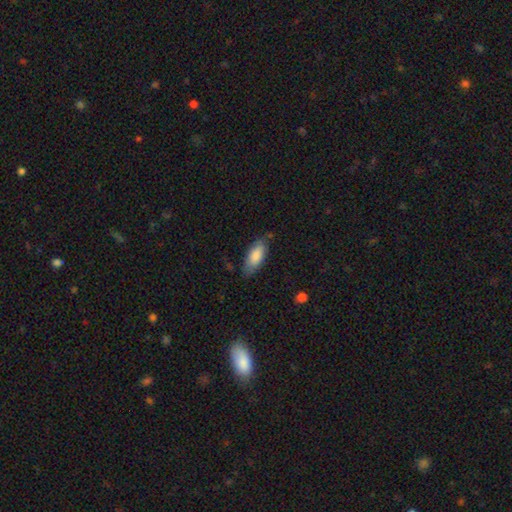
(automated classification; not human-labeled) Smooth or featured? smooth (84%)
How rounded? in between (80%)
Merging? none (73%)